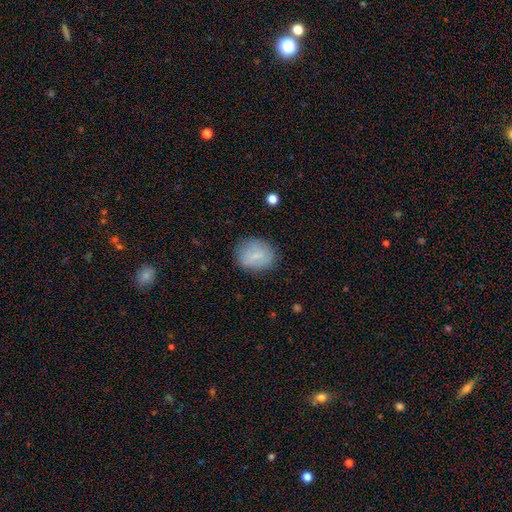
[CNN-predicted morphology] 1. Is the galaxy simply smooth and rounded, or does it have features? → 72% smooth, 19% featured or disk, 8% star or artifact.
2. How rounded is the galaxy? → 51% round, 47% in between, 1% cigar-shaped.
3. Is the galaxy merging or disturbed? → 80% none, 14% minor disturbance, 4% major disturbance, 1% merger.